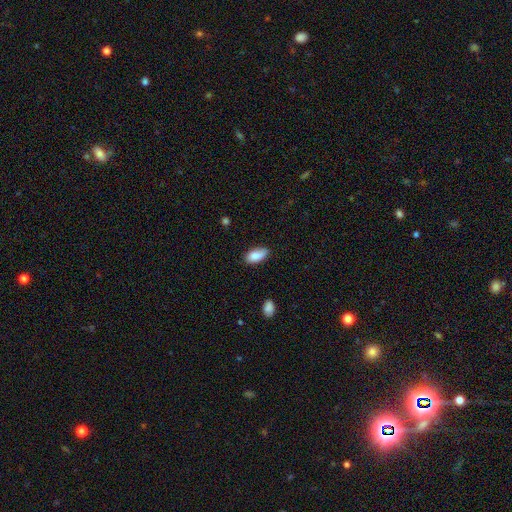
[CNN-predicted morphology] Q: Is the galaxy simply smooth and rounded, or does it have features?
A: smooth — 86%.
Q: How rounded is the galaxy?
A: in between — 91%.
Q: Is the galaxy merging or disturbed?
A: none — 72%.